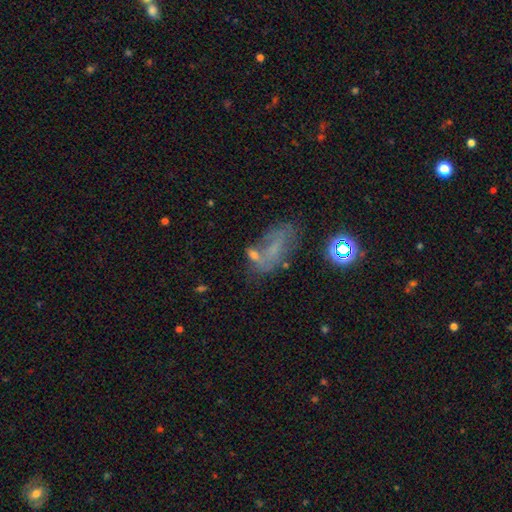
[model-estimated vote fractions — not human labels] Smooth or featured: smooth — 44% (featured or disk — 34%)
Merging: none — 41% (minor disturbance — 22%)